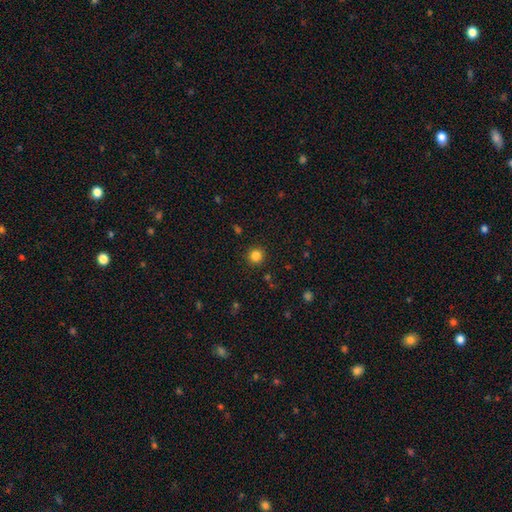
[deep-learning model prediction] Overall: smooth (84%). How rounded: round (94%). Merging: none (92%).